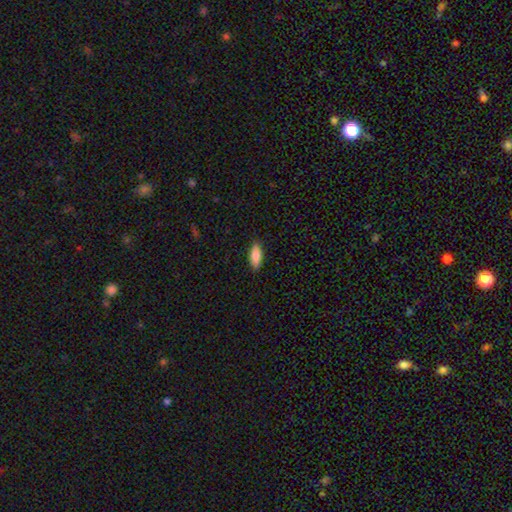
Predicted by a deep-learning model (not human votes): Q: Smooth or featured?
A: smooth (84%); runner-up: featured or disk (10%)
Q: How rounded?
A: in between (70%); runner-up: cigar-shaped (28%)
Q: Merging?
A: none (88%); runner-up: minor disturbance (9%)